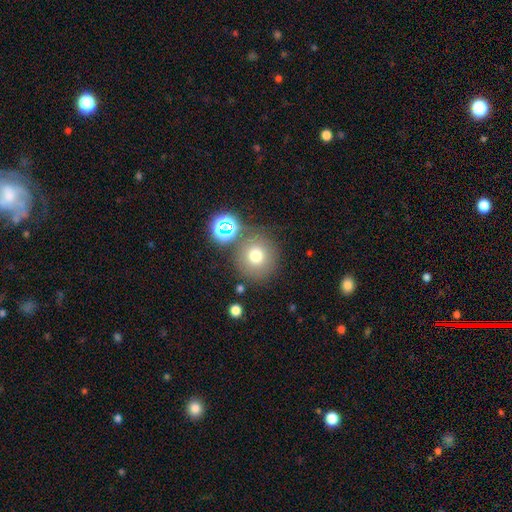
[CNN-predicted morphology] smooth-or-featured: smooth: 73% | star or artifact: 16% | featured or disk: 11%
  how-rounded: round: 93% | in between: 6% | cigar-shaped: 1%
  merging: none: 77% | minor disturbance: 10% | merger: 10% | major disturbance: 4%